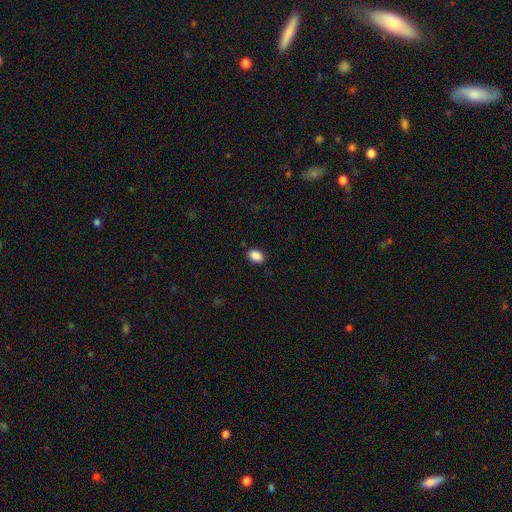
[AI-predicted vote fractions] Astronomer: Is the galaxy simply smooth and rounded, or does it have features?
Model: smooth — 89%.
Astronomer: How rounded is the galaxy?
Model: in between — 76%.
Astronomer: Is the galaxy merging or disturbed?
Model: none — 87%.